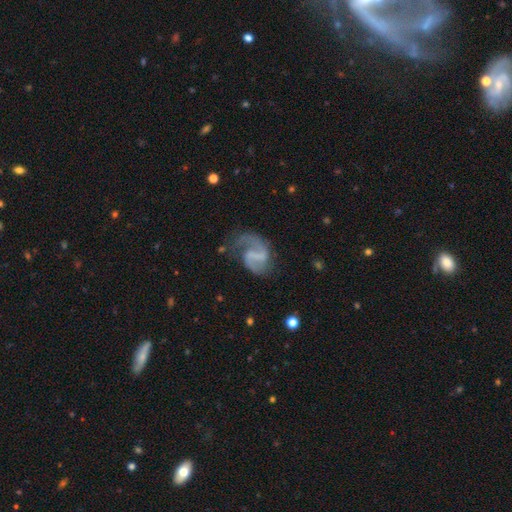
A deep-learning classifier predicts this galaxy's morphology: smooth_or_featured: featured or disk (p=0.84) [alt: smooth p=0.10]
disk_edge_on: no (p=0.98) [alt: yes p=0.02]
bar: weak (p=0.48) [alt: strong p=0.32]
has_spiral_arms: yes (p=0.95) [alt: no p=0.05]
spiral_winding: medium (p=0.47) [alt: loose p=0.40]
spiral_arm_count: 2 (p=0.78) [alt: 1 p=0.16]
bulge_size: none (p=0.63) [alt: small p=0.23]
merging: none (p=0.58) [alt: minor disturbance p=0.20]